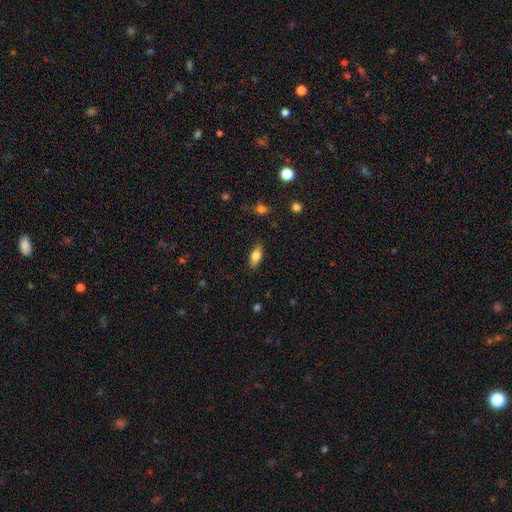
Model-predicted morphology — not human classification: Smooth or featured: smooth — 75% (featured or disk — 18%)
How rounded: in between — 85% (cigar-shaped — 12%)
Merging: none — 87% (minor disturbance — 10%)